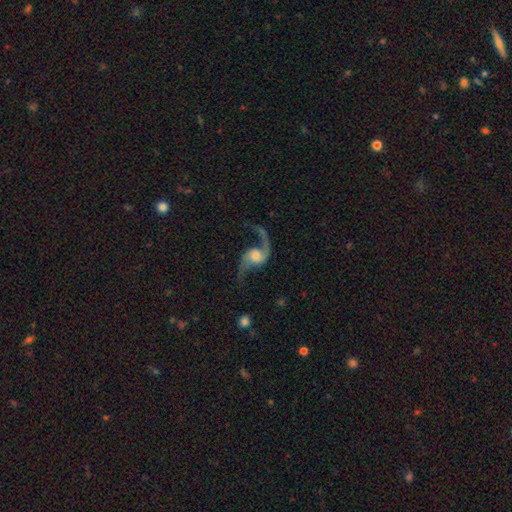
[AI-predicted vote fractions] Smooth or featured? featured or disk (90%)
Edge-on disk? no (97%)
Bar? no (62%)
Spiral arms? yes (97%)
Spiral winding? loose (88%)
Spiral arm count? 2 (93%)
Bulge size? moderate (40%)
Merging? none (72%)